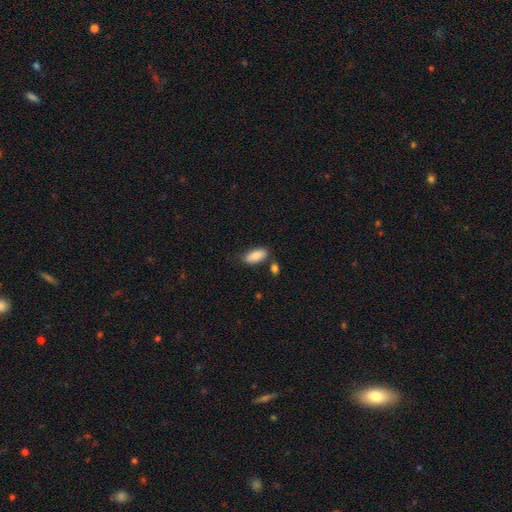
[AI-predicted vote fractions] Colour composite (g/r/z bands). It shows a smooth galaxy with no disk features (85%) that is in between round and cigar-shaped (89%). Merging: none (71%).